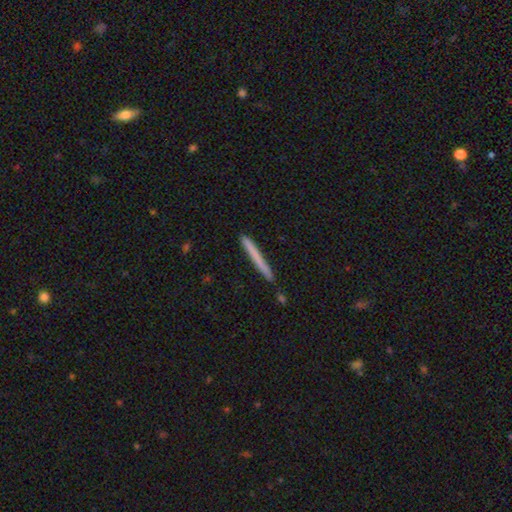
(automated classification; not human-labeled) Overall: smooth (68%). How rounded: cigar-shaped (97%). Merging: none (89%).